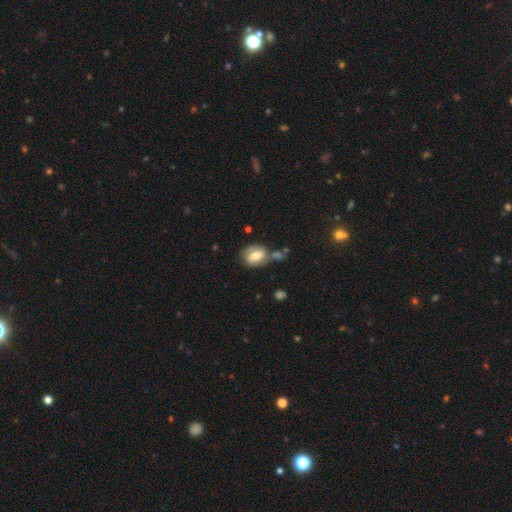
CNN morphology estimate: smooth_or_featured: smooth (p=0.56) [alt: featured or disk p=0.36]
how_rounded: in between (p=0.57) [alt: round p=0.41]
merging: none (p=0.55) [alt: minor disturbance p=0.20]